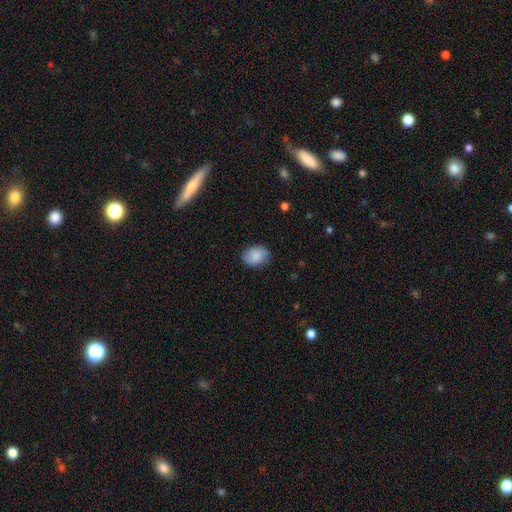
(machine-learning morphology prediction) This appears to be a smooth galaxy with no disk features (80%) that is in between round and cigar-shaped (71%). Merging: none (80%).